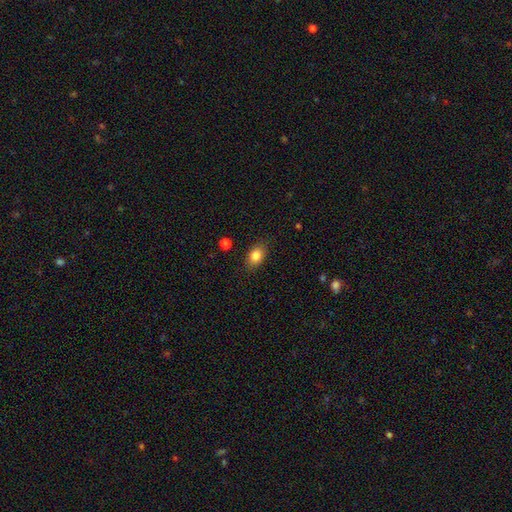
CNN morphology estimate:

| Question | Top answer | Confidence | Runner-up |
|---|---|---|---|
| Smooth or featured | smooth | 84% | star or artifact (9%) |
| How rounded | in between | 79% | round (19%) |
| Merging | none | 84% | minor disturbance (12%) |